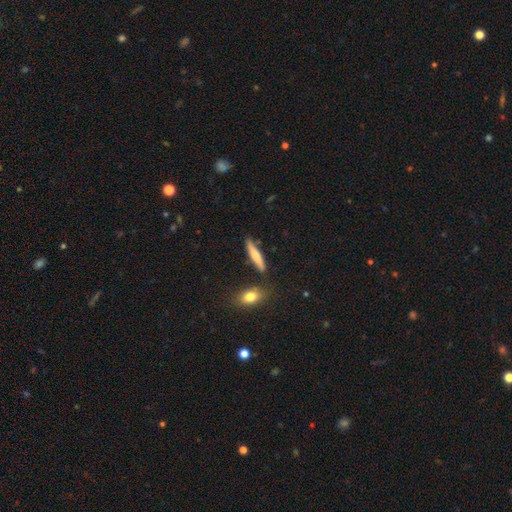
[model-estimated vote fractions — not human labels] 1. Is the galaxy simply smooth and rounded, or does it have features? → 59% smooth, 34% featured or disk, 7% star or artifact.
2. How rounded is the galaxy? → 86% cigar-shaped, 12% in between, 2% round.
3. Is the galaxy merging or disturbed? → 82% none, 11% minor disturbance, 5% merger, 2% major disturbance.